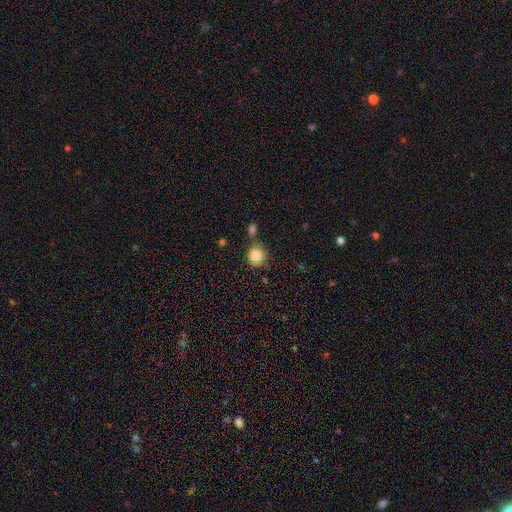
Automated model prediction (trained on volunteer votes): Smooth or featured? smooth (82%)
How rounded? round (85%)
Merging? none (59%)